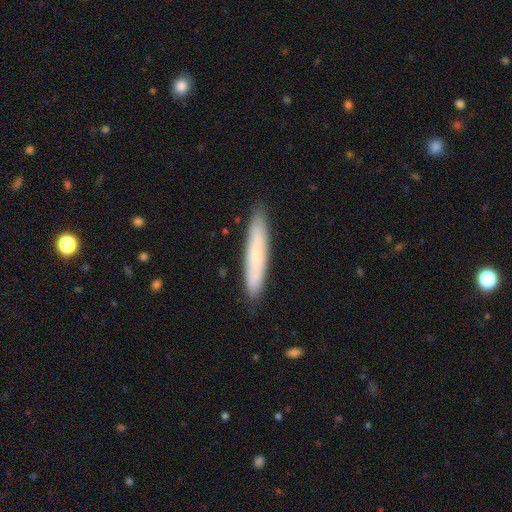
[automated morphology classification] Smooth or featured?
  - smooth: 66% *
  - featured or disk: 28%
  - star or artifact: 6%
How rounded?
  - cigar-shaped: 91% *
  - in between: 8%
  - round: 1%
Merging?
  - none: 88% *
  - minor disturbance: 9%
  - major disturbance: 2%
  - merger: 1%